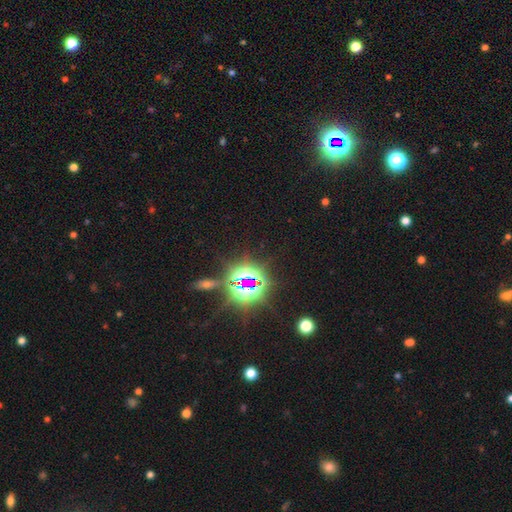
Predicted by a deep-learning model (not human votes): smooth-or-featured: star or artifact: 81% | smooth: 12% | featured or disk: 7%